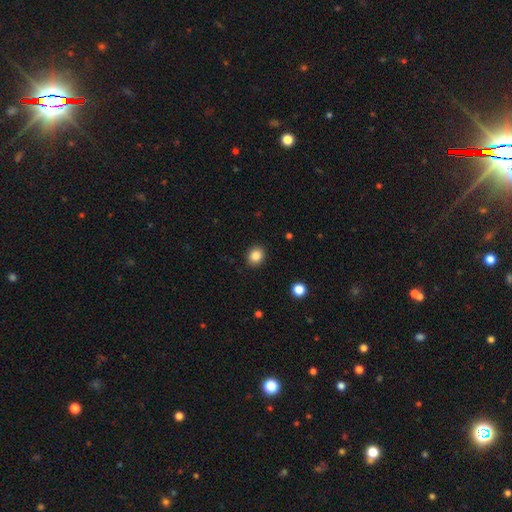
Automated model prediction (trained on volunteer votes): A smooth galaxy with no disk features (85%) that is round (67%). Merging: none (91%).